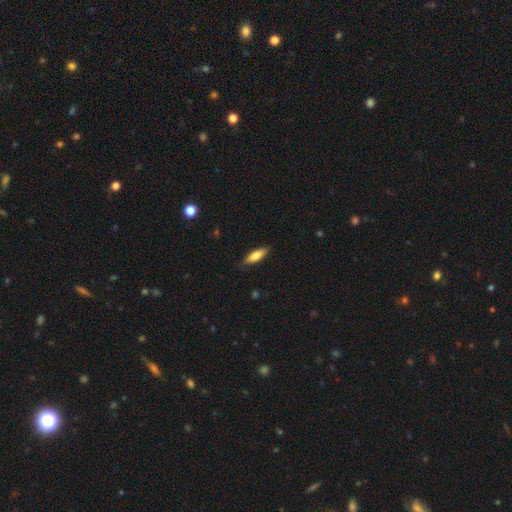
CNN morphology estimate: A smooth galaxy with no disk features (77%) that is in between round and cigar-shaped (54%).

Vote fractions:
- Smooth or featured? smooth: 77% / featured or disk: 17% / star or artifact: 6%
- How rounded? in between: 54% / cigar-shaped: 45% / round: 2%
- Merging? none: 83% / minor disturbance: 14% / major disturbance: 2% / merger: 1%